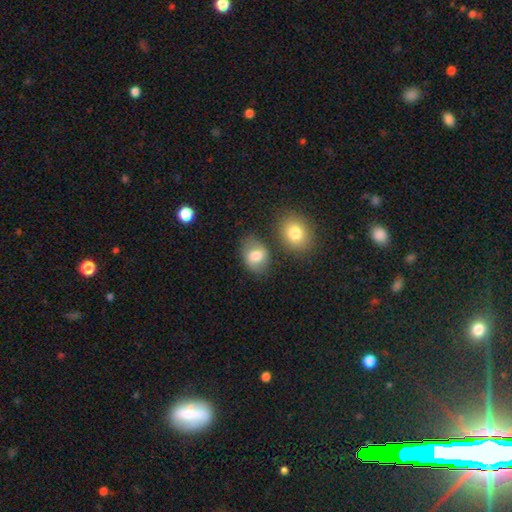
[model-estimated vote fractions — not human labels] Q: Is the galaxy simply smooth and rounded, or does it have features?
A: smooth — 75%.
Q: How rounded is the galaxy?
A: in between — 73%.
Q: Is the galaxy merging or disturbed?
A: none — 65%.